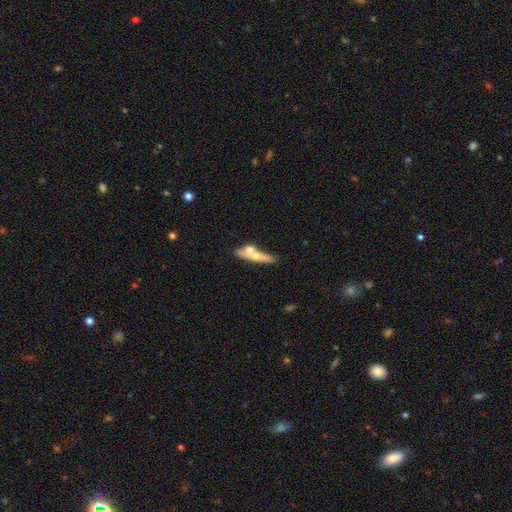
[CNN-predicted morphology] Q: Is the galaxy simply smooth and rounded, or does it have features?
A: smooth — 54%.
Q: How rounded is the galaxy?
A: cigar-shaped — 75%.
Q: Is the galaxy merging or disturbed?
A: none — 45%.